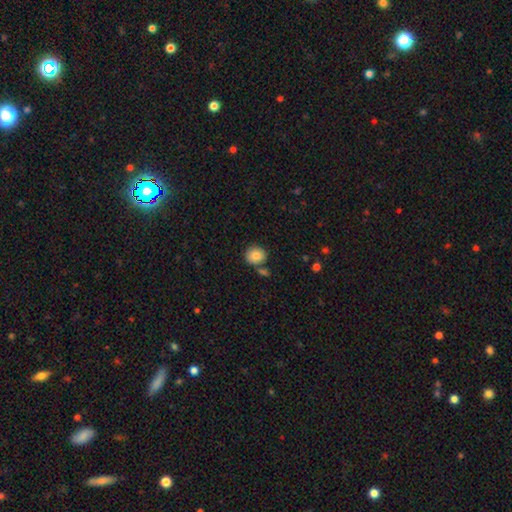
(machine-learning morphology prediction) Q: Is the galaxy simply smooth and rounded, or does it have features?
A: smooth — 84%.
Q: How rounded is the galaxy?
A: round — 78%.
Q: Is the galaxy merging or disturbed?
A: none — 73%.